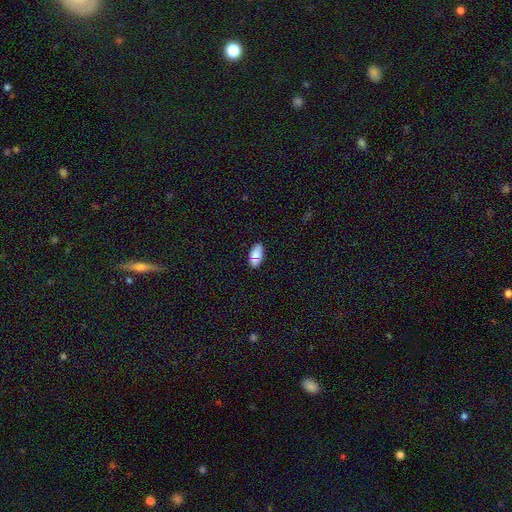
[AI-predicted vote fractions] A smooth galaxy with no disk features (77%) that is in between round and cigar-shaped (92%).

Vote fractions:
- Smooth or featured? smooth: 77% / featured or disk: 11% / star or artifact: 11%
- How rounded? in between: 92% / cigar-shaped: 4% / round: 4%
- Merging? none: 82% / minor disturbance: 12% / merger: 4% / major disturbance: 3%